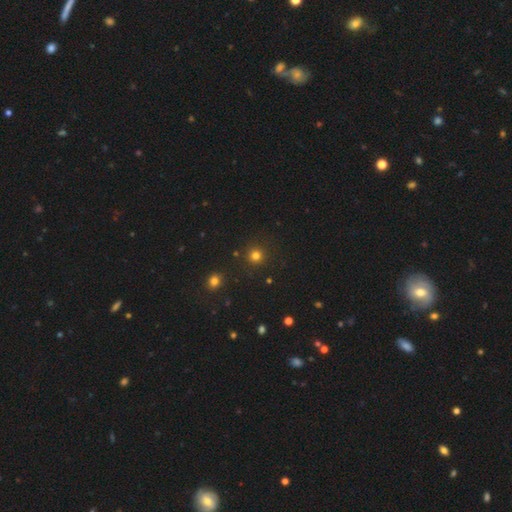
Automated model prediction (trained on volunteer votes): The model was most divided on "smooth or featured": smooth: 78%, star or artifact: 18%, featured or disk: 5%. More confident: how rounded — round (95%); merging — none (90%).